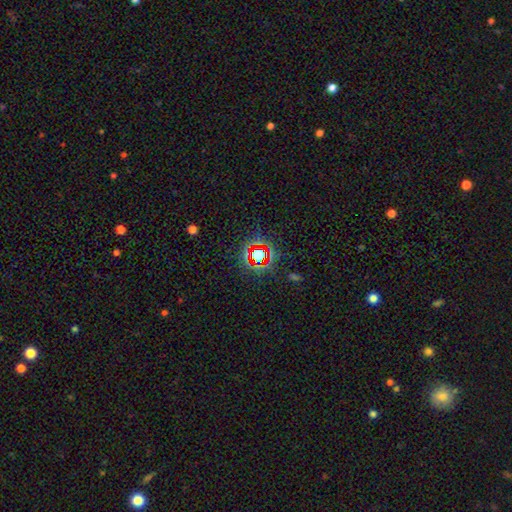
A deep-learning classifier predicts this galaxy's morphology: Smooth or featured? star or artifact (74%)